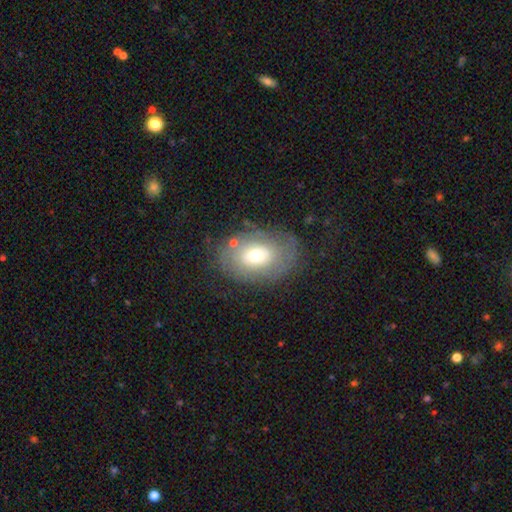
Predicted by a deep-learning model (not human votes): Overall: smooth (52%; featured or disk 38%). How rounded: in between (72%). Merging: none (69%).